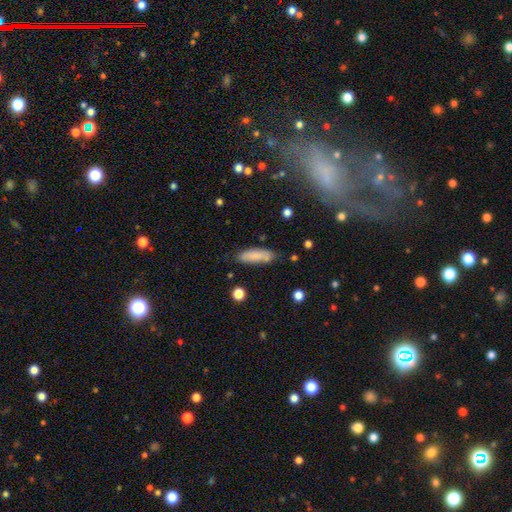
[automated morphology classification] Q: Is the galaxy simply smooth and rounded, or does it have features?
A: smooth — 83%.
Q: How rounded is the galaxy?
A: cigar-shaped — 53%.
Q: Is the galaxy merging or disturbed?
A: none — 73%.